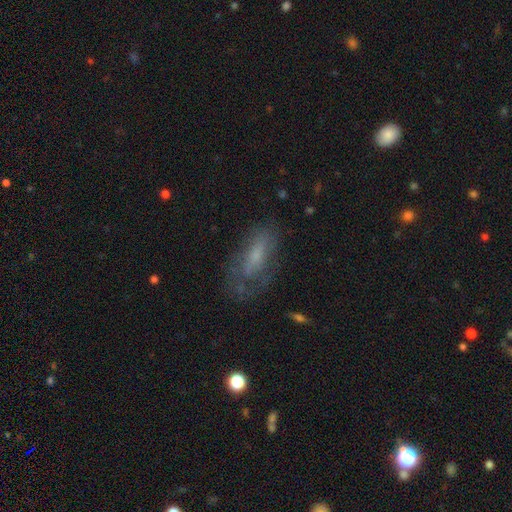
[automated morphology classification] This is possibly a smooth galaxy (47%). Merging: possibly none (55%).